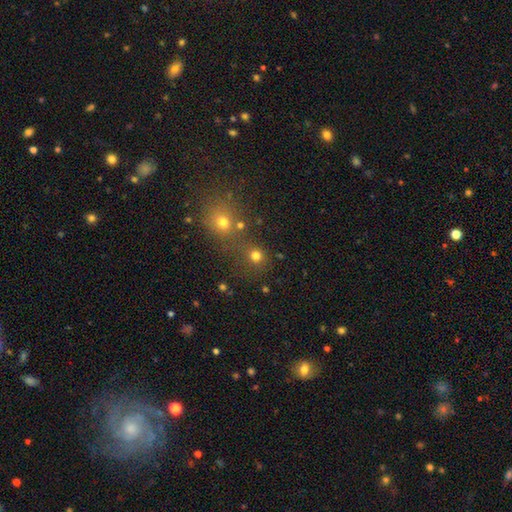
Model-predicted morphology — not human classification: Smooth or featured? Predicted: smooth (p=0.75). How rounded? Predicted: round (p=0.88). Merging? Predicted: none (p=0.62).